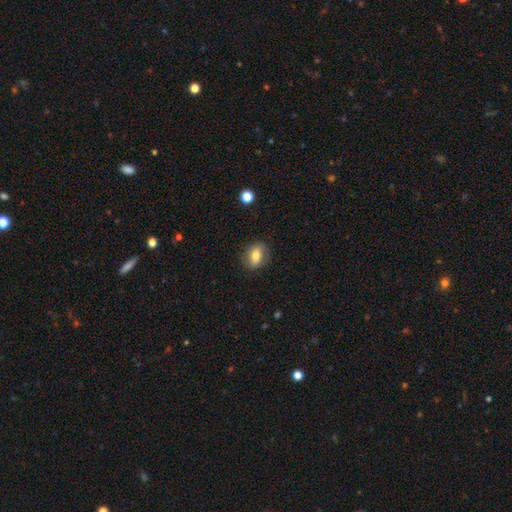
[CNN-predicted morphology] The model was most divided on "how rounded": in between: 71%, round: 26%, cigar-shaped: 3%. More confident: merging — none (81%); smooth or featured — smooth (71%).